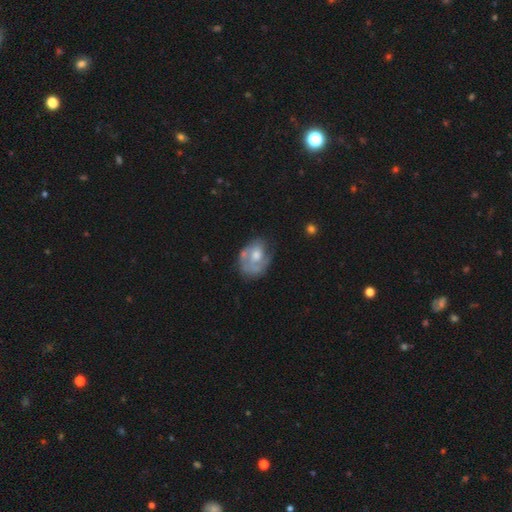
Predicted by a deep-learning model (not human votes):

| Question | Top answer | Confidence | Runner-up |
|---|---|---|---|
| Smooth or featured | featured or disk | 56% | smooth (36%) |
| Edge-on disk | no | 97% | yes (3%) |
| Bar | no | 80% | weak (17%) |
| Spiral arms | yes | 55% | no (45%) |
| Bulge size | moderate | 57% | small (21%) |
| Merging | none | 48% | minor disturbance (27%) |